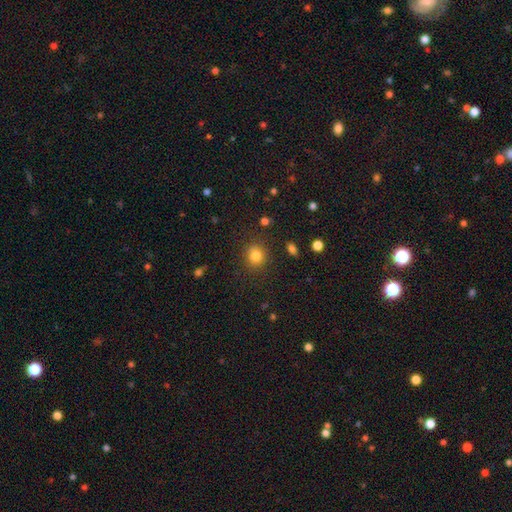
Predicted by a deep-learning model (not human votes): smooth_or_featured: smooth (p=0.82) [alt: star or artifact p=0.12]
how_rounded: round (p=0.82) [alt: in between p=0.17]
merging: none (p=0.86) [alt: minor disturbance p=0.09]